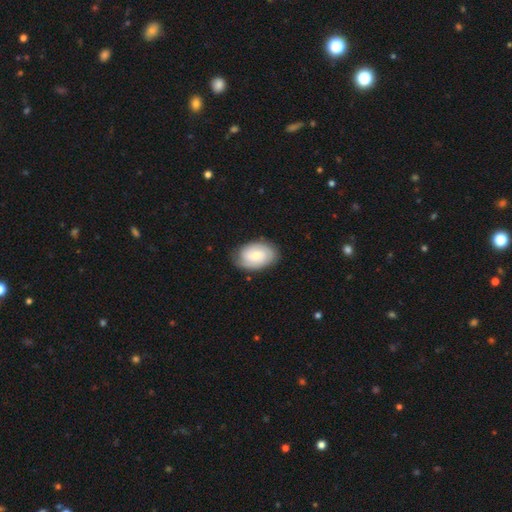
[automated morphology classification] Smooth or featured?
  - featured or disk: 56% *
  - smooth: 38%
  - star or artifact: 6%
Edge-on disk?
  - no: 96% *
  - yes: 4%
Bar?
  - no: 69% *
  - weak: 27%
  - strong: 4%
Spiral arms?
  - yes: 86% *
  - no: 14%
Bulge size?
  - small: 51% *
  - moderate: 43%
  - large: 3%
  - none: 2%
  - dominant: 1%
Merging?
  - none: 80% *
  - minor disturbance: 16%
  - major disturbance: 4%
  - merger: 1%